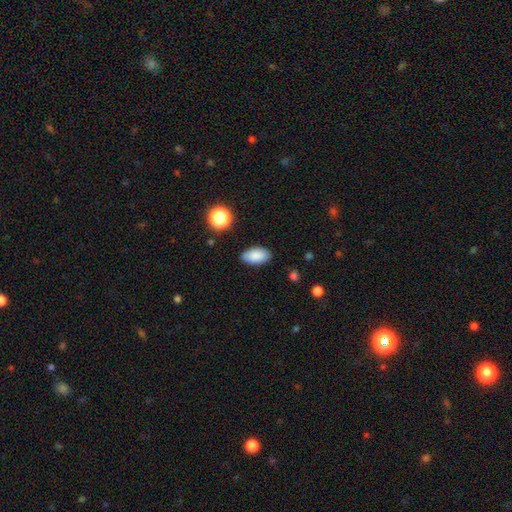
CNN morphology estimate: Overall: smooth (87%). How rounded: in between (93%). Merging: none (86%).